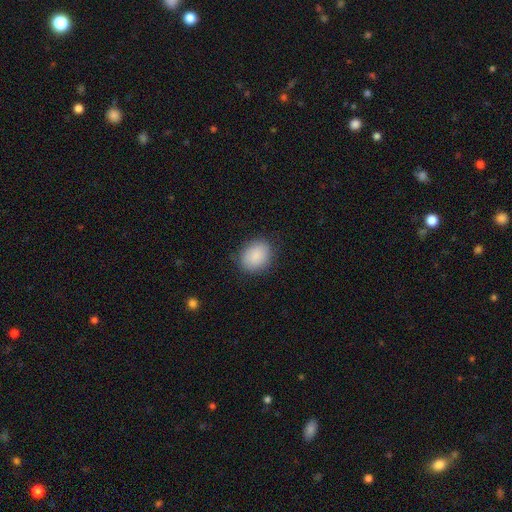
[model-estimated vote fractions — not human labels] Q: Smooth or featured?
A: smooth (89%); runner-up: star or artifact (7%)
Q: How rounded?
A: in between (53%); runner-up: round (46%)
Q: Merging?
A: none (85%); runner-up: minor disturbance (11%)